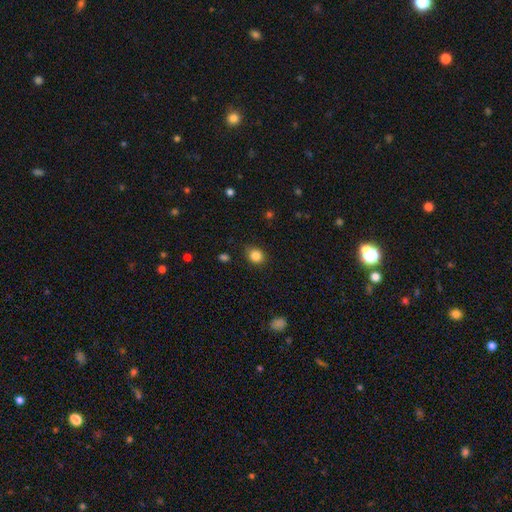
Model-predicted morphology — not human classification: This appears to be a smooth galaxy with no disk features (85%) that is round (67%). Merging: none (83%).